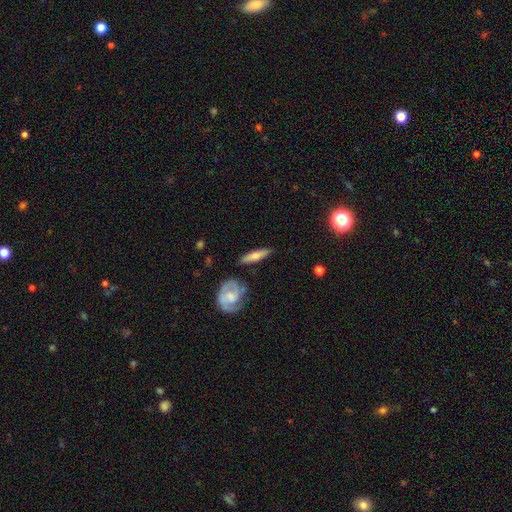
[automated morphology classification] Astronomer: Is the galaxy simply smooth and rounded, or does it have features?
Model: smooth — 57% (runner-up: featured or disk, 38%).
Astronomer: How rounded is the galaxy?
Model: cigar-shaped — 75%.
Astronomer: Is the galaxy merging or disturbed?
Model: none — 80%.